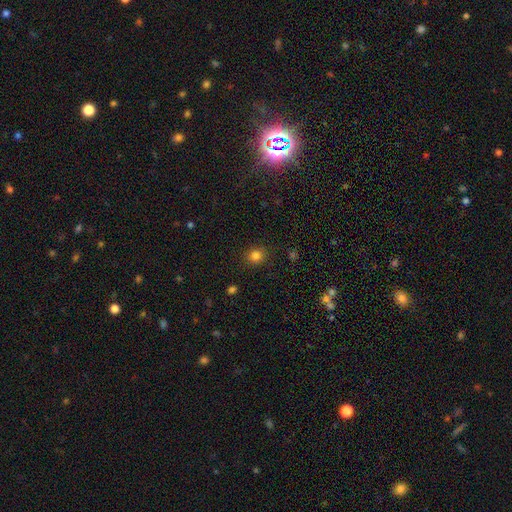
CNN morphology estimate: The model was most divided on "how rounded": round: 80%, in between: 19%, cigar-shaped: 1%. More confident: merging — none (89%); smooth or featured — smooth (81%).